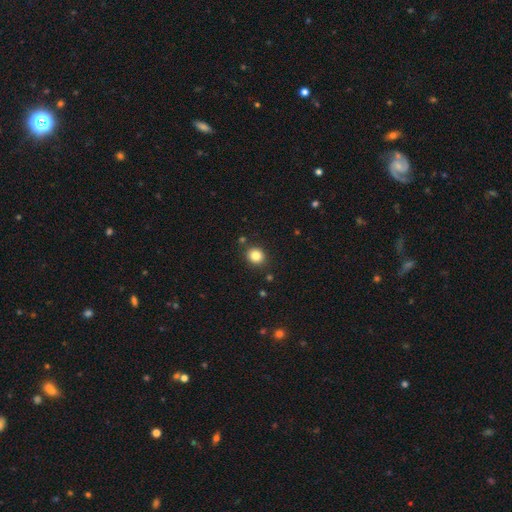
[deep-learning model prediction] smooth-or-featured: smooth: 84% | star or artifact: 11% | featured or disk: 5%
  how-rounded: round: 77% | in between: 22% | cigar-shaped: 1%
  merging: none: 87% | minor disturbance: 8% | merger: 3% | major disturbance: 2%